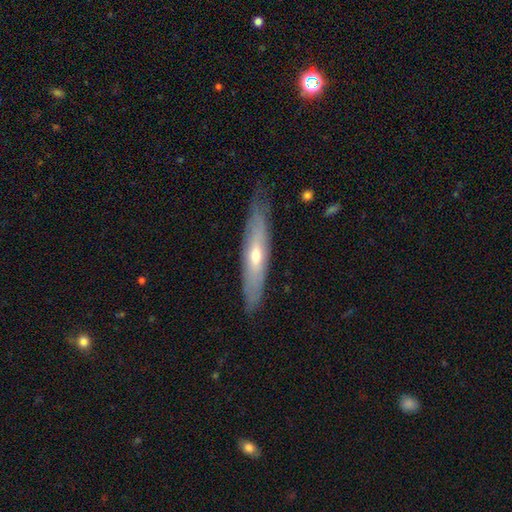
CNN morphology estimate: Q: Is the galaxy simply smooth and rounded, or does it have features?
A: featured or disk — 56%.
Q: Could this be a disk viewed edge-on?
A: yes — 64%.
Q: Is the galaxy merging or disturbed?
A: none — 78%.